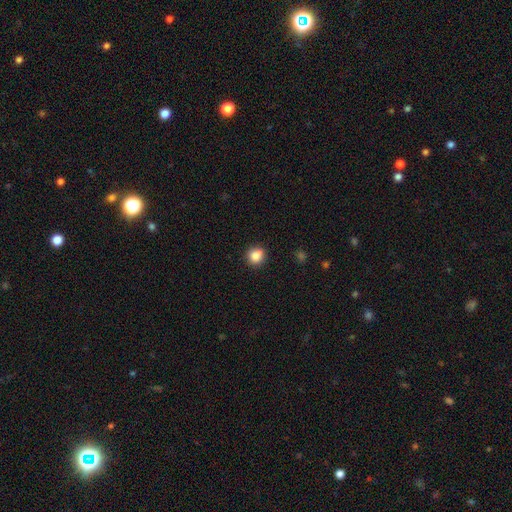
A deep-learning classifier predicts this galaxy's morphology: type=smooth (86%); roundness=round (86%); merging=none (88%).